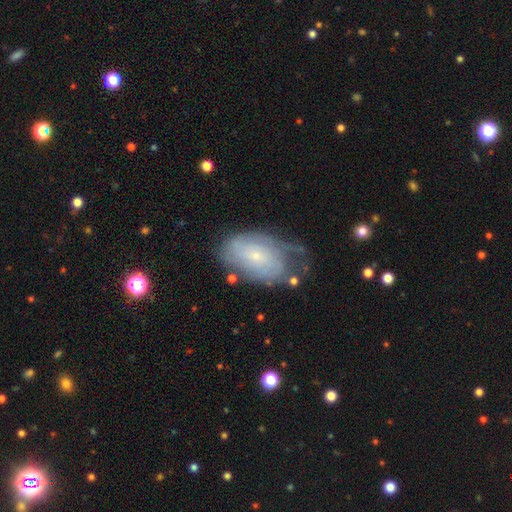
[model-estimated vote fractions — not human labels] smooth_or_featured: featured or disk (p=0.65) [alt: smooth p=0.27]
disk_edge_on: no (p=0.95) [alt: yes p=0.05]
bar: no (p=0.73) [alt: weak p=0.23]
has_spiral_arms: yes (p=0.84) [alt: no p=0.16]
spiral_winding: tight (p=0.61) [alt: medium p=0.27]
spiral_arm_count: can't tell (p=0.57) [alt: 2 p=0.20]
bulge_size: small (p=0.79) [alt: moderate p=0.15]
merging: none (p=0.50) [alt: minor disturbance p=0.29]